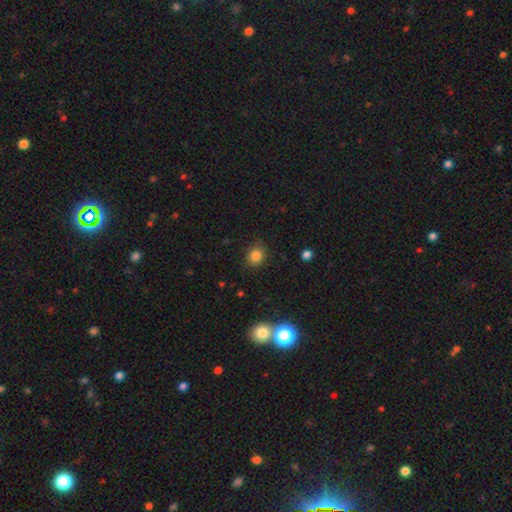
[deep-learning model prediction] Smooth or featured? smooth (82%)
How rounded? round (67%)
Merging? none (82%)